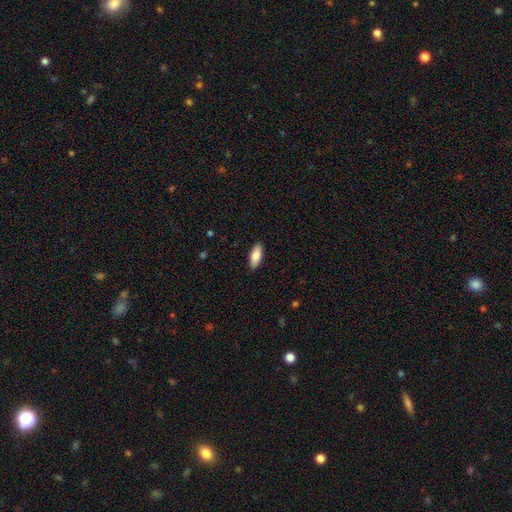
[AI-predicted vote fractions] Morphology: type=smooth (83%); roundness=in between (80%); merging=none (89%).